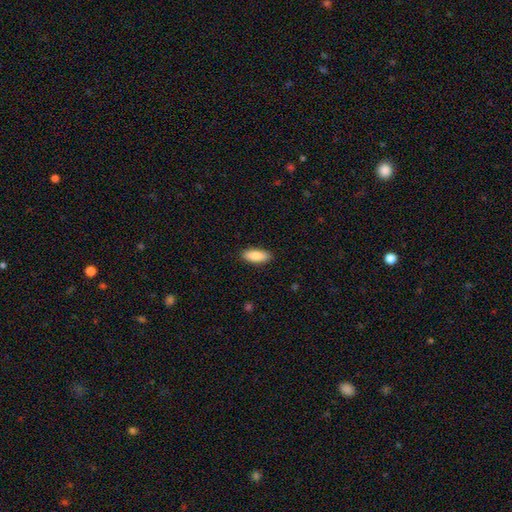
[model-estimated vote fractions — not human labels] Q: Smooth or featured?
A: smooth (87%); runner-up: featured or disk (7%)
Q: How rounded?
A: in between (76%); runner-up: cigar-shaped (22%)
Q: Merging?
A: none (89%); runner-up: minor disturbance (8%)